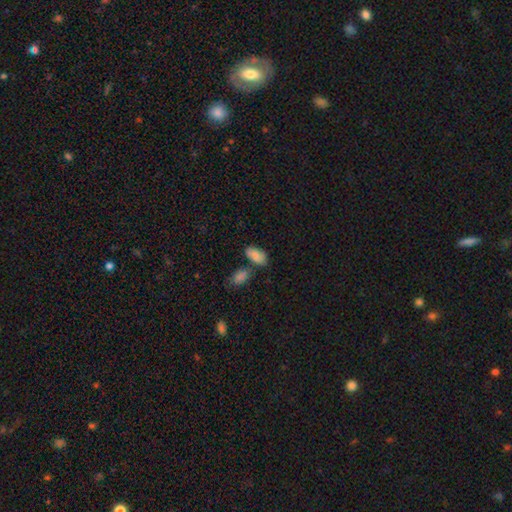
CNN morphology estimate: Smooth or featured: smooth — 81% (featured or disk — 11%)
How rounded: in between — 93% (round — 4%)
Merging: none — 57% (merger — 20%)